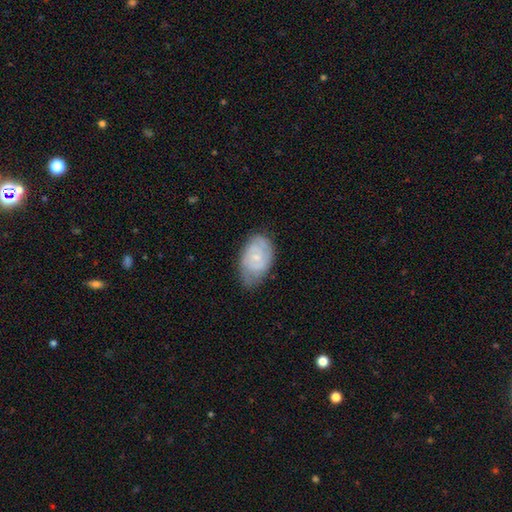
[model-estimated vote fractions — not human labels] Smooth or featured? Predicted: featured or disk (p=0.56). Edge-on disk? Predicted: no (p=0.96). Bar? Predicted: no (p=0.65). Spiral arms? Predicted: yes (p=0.81). Bulge size? Predicted: small (p=0.69). Merging? Predicted: none (p=0.60).